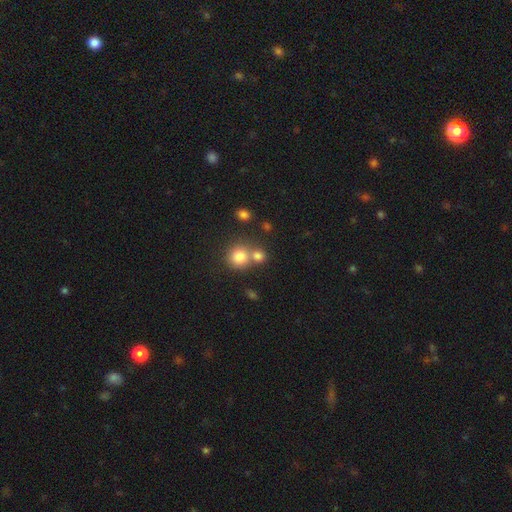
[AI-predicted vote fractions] Smooth or featured? smooth (75%)
How rounded? round (89%)
Merging? none (56%)